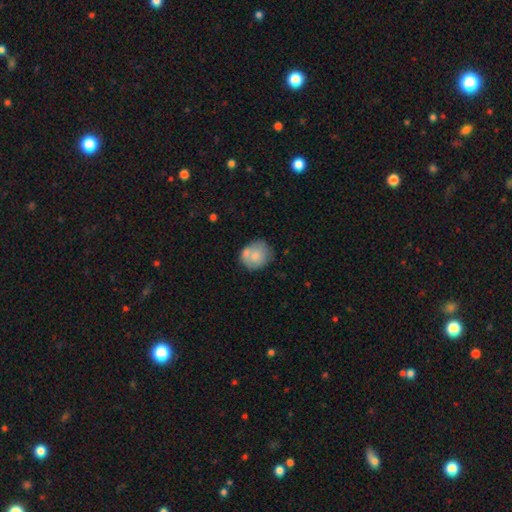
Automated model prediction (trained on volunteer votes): Overall: smooth (68%). How rounded: round (75%). Merging: none (53%; minor disturbance 22%).